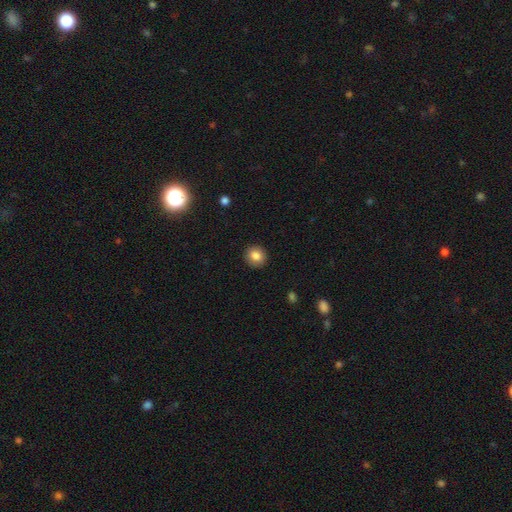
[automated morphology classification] Q: Smooth or featured?
A: smooth (84%); runner-up: star or artifact (9%)
Q: How rounded?
A: round (88%); runner-up: in between (11%)
Q: Merging?
A: none (91%); runner-up: minor disturbance (6%)